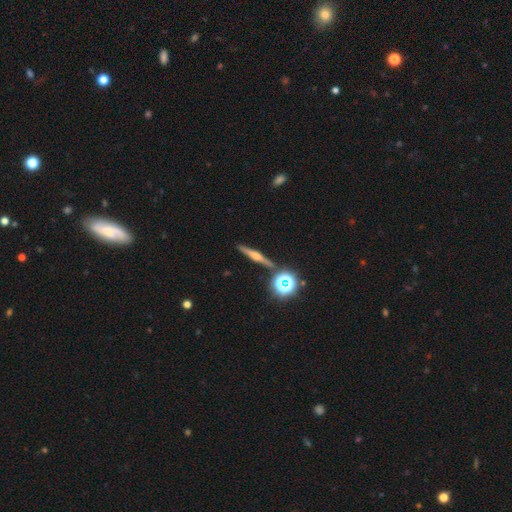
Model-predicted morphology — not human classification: Smooth or featured?
  - featured or disk: 68% *
  - smooth: 18%
  - star or artifact: 14%
Edge-on disk?
  - yes: 96% *
  - no: 4%
Edge-on bulge?
  - rounded: 88% *
  - none: 6%
  - boxy: 6%
Merging?
  - none: 88% *
  - minor disturbance: 7%
  - merger: 3%
  - major disturbance: 2%